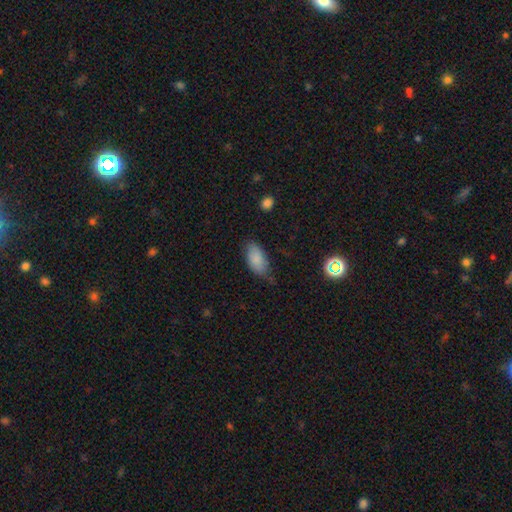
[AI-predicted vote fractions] Smooth or featured? smooth (84%)
How rounded? in between (92%)
Merging? none (68%)